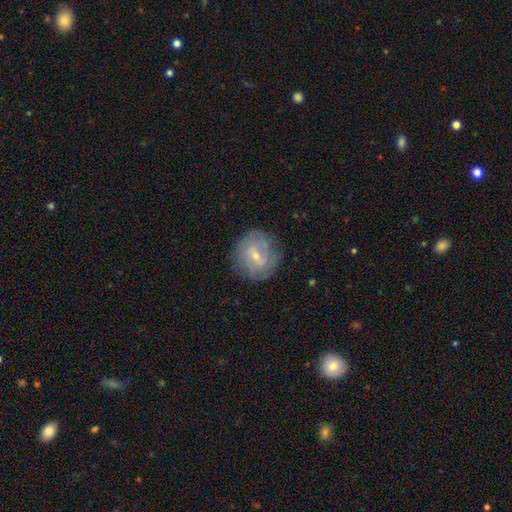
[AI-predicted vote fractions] A featured or disk galaxy (63%) with a weak bar (53%), spiral arms (73%) and a small central bulge (67%).

Vote fractions:
- Smooth or featured? featured or disk: 63% / smooth: 28% / star or artifact: 10%
- Edge-on disk? no: 96% / yes: 4%
- Bar? weak: 53% / no: 29% / strong: 18%
- Spiral arms? yes: 73% / no: 27%
- Bulge size? small: 67% / moderate: 29% / none: 2% / large: 1% / dominant: 1%
- Merging? none: 81% / minor disturbance: 13% / major disturbance: 5% / merger: 1%